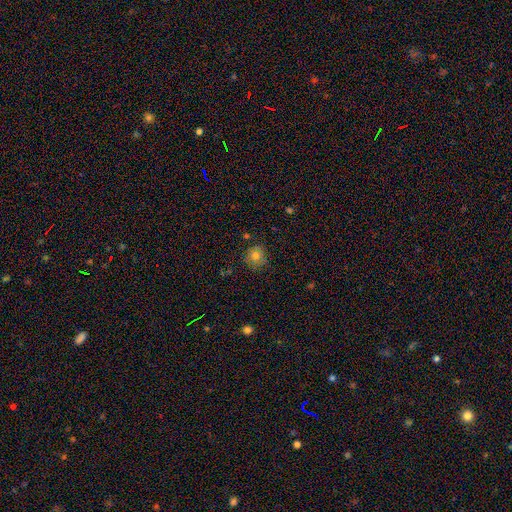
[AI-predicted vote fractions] Q: Smooth or featured?
A: smooth (76%); runner-up: featured or disk (12%)
Q: How rounded?
A: round (88%); runner-up: in between (11%)
Q: Merging?
A: none (80%); runner-up: minor disturbance (15%)